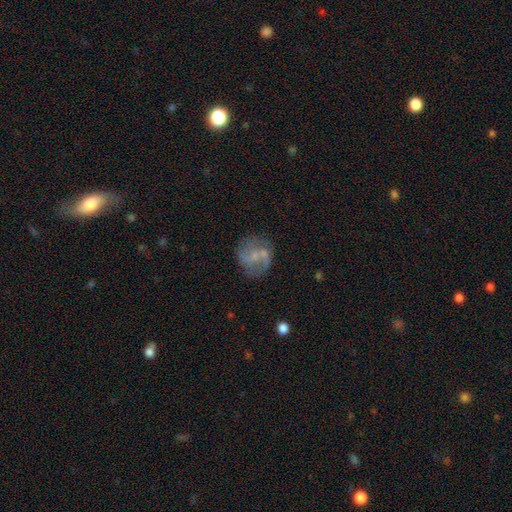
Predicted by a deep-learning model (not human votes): featured or disk 62%, smooth 29%, star or artifact 9%. Down the decision tree: edge-on disk — no (98%); bar — no (58%); spiral arms — yes (76%); bulge size — small (44%); merging — none (60%).